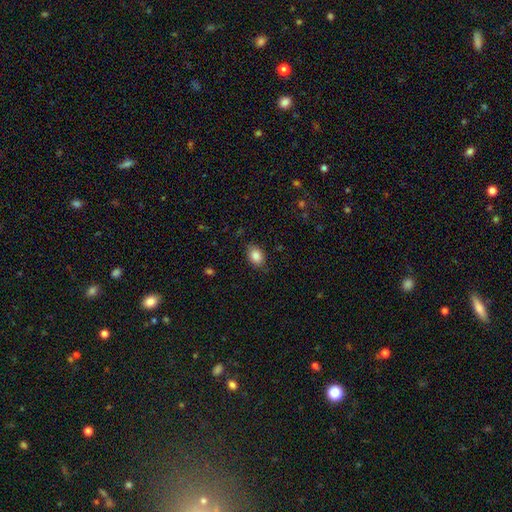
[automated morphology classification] A smooth galaxy with no disk features (87%) that is in between round and cigar-shaped (79%). Merging: none (85%).